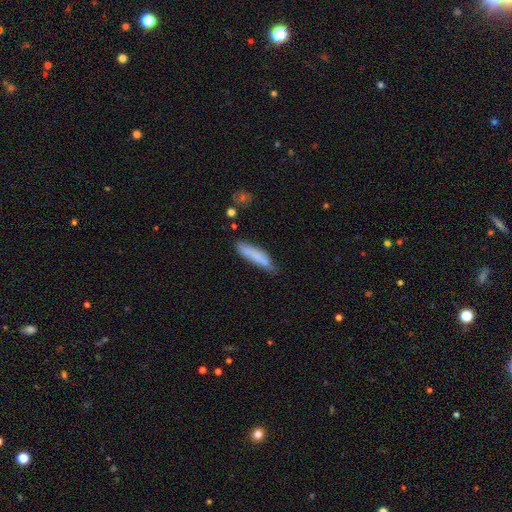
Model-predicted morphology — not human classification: This appears to be a smooth galaxy with no disk features (76%) that is cigar-shaped (78%). Merging: none (68%).